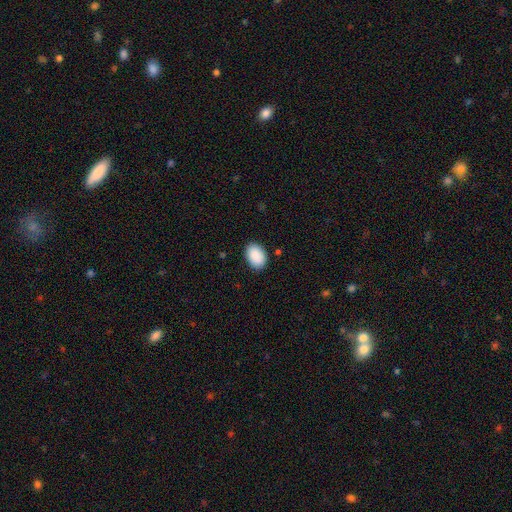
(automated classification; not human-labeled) smooth_or_featured: smooth (p=0.90) [alt: star or artifact p=0.06]
how_rounded: in between (p=0.87) [alt: round p=0.12]
merging: none (p=0.87) [alt: minor disturbance p=0.10]